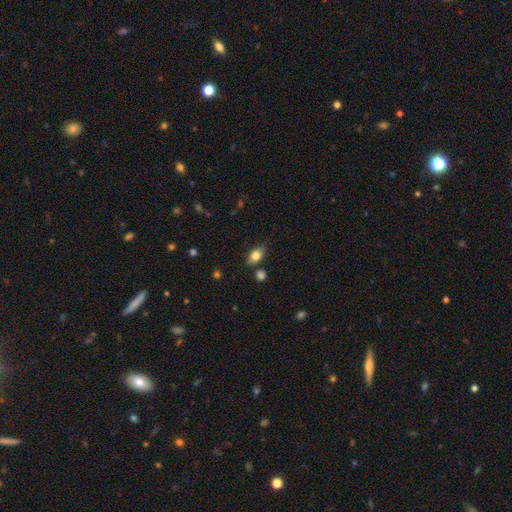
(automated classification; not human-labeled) Overall: smooth (80%). How rounded: in between (86%). Merging: none (76%).